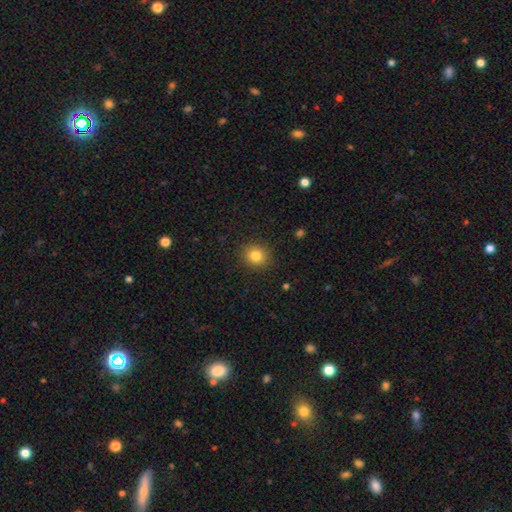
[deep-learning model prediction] Q: Smooth or featured?
A: smooth (83%); runner-up: star or artifact (11%)
Q: How rounded?
A: round (82%); runner-up: in between (17%)
Q: Merging?
A: none (90%); runner-up: minor disturbance (7%)